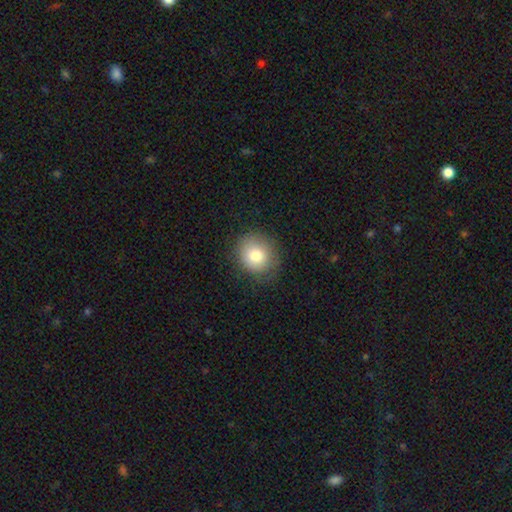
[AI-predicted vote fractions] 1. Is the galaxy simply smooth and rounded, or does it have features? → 81% smooth, 10% star or artifact, 9% featured or disk.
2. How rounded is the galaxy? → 83% round, 16% in between, 1% cigar-shaped.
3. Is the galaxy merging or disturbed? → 81% none, 13% minor disturbance, 4% major disturbance, 1% merger.